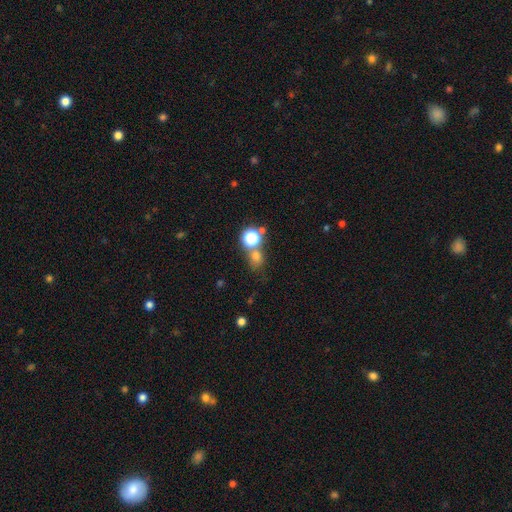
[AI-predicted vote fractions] Smooth or featured? smooth (67%)
How rounded? round (75%)
Merging? none (60%)